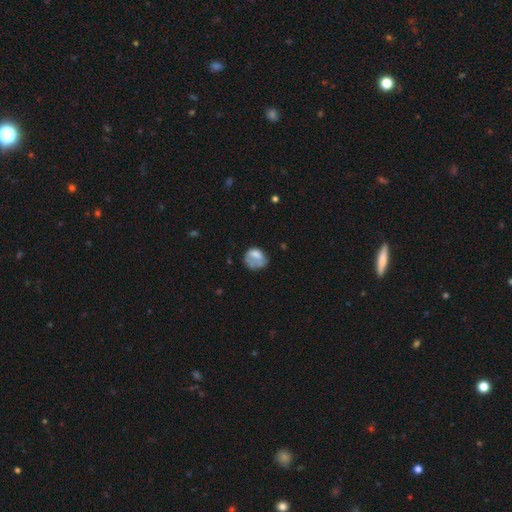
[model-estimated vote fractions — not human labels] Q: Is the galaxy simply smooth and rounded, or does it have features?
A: smooth — 62%.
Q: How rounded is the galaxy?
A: round — 60%.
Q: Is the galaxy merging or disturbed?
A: none — 39%.